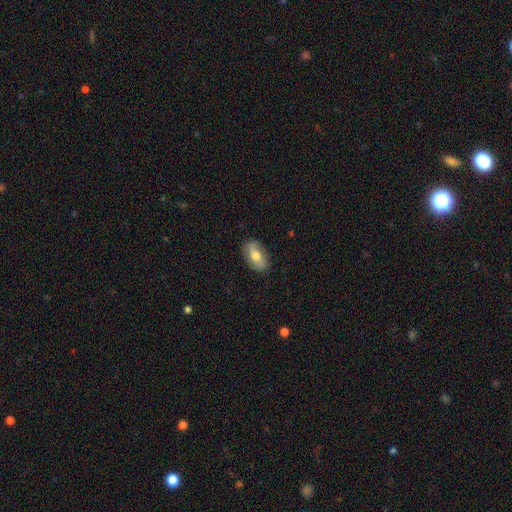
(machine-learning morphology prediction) This appears to be a smooth galaxy with no disk features (52%) that is in between round and cigar-shaped (88%). Merging: none (84%).